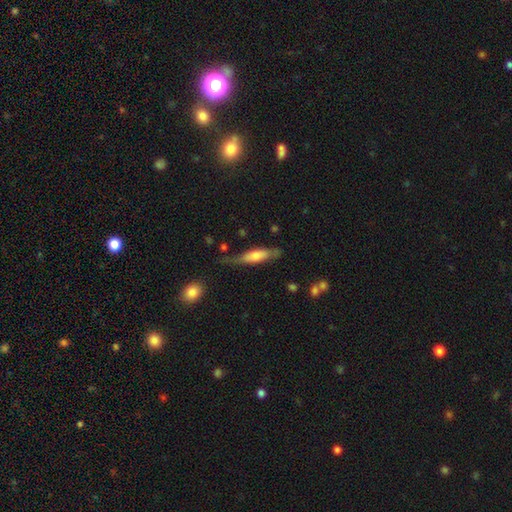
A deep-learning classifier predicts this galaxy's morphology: smooth 55%, featured or disk 39%, star or artifact 6%. Down the decision tree: how rounded — cigar-shaped (70%); merging — none (60%).